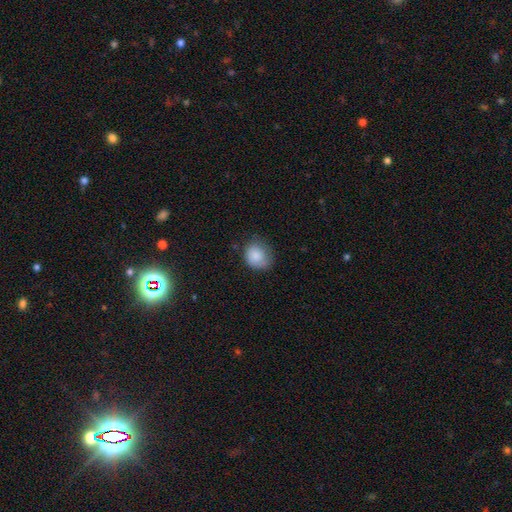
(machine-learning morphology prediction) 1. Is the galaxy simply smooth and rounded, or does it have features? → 86% smooth, 7% star or artifact, 7% featured or disk.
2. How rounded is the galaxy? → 69% round, 30% in between, 1% cigar-shaped.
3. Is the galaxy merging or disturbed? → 63% none, 28% minor disturbance, 8% major disturbance, 1% merger.